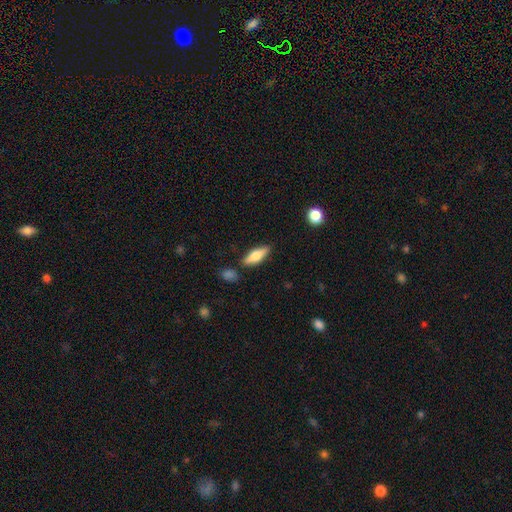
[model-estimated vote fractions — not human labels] smooth 58%, featured or disk 35%, star or artifact 6%. Down the decision tree: how rounded — in between (54%); merging — none (81%).